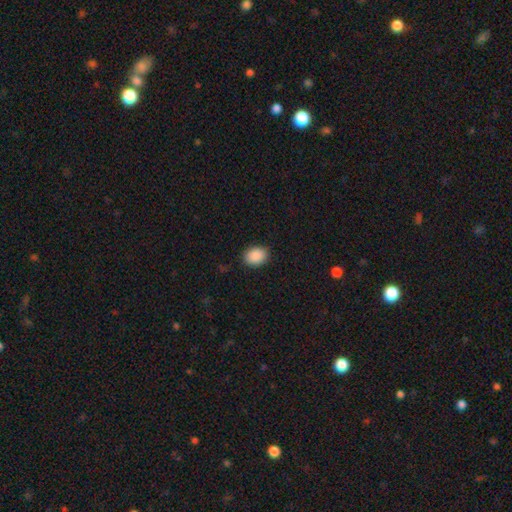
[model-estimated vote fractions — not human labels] smooth-or-featured: smooth: 90% | star or artifact: 7% | featured or disk: 3%
  how-rounded: in between: 69% | round: 30% | cigar-shaped: 1%
  merging: none: 88% | minor disturbance: 9% | major disturbance: 2% | merger: 1%